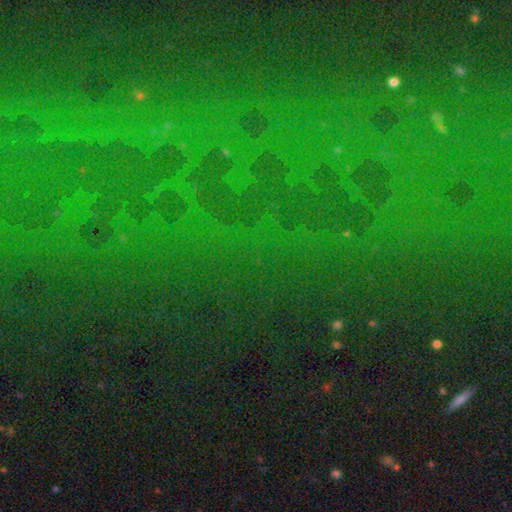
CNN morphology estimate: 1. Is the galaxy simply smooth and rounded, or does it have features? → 80% star or artifact, 11% smooth, 9% featured or disk.